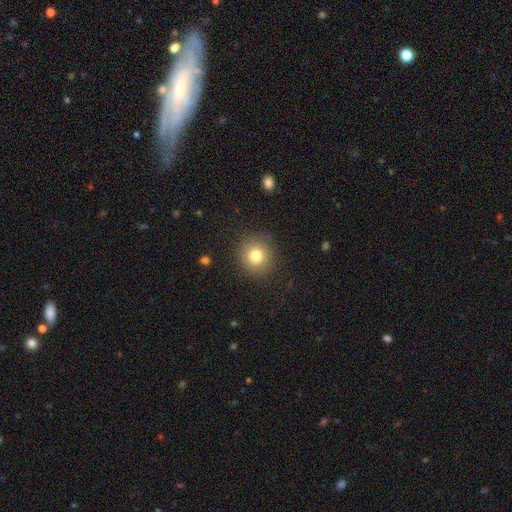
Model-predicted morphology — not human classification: Smooth or featured? smooth (78%)
How rounded? round (90%)
Merging? none (88%)